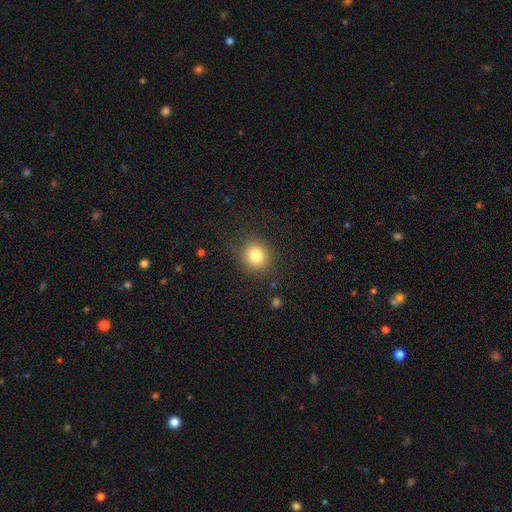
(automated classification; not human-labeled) Overall: smooth (80%). How rounded: round (88%). Merging: none (88%).